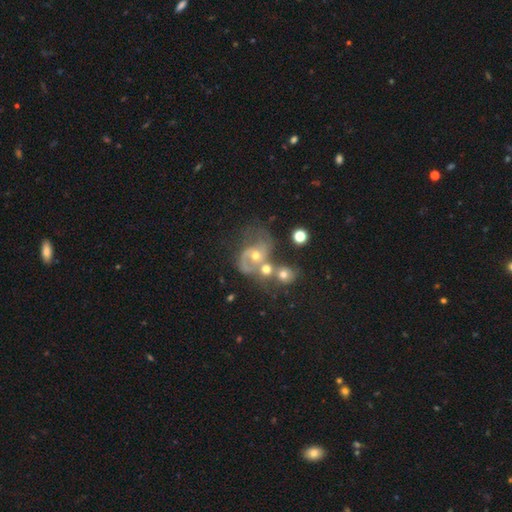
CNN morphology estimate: smooth-or-featured: featured or disk: 72% | smooth: 15% | star or artifact: 13%
  disk-edge-on: no: 97% | yes: 3%
    bar: no: 63% | weak: 28% | strong: 9%
    has-spiral-arms: yes: 84% | no: 16%
      spiral-winding: medium: 46% | loose: 30% | tight: 24%
      spiral-arm-count: 2: 66% | can't tell: 15% | 1: 10% | 3: 5% | 4: 2% | more than 4: 2%
    bulge-size: moderate: 52% | small: 41% | large: 3% | none: 3% | dominant: 1%
  merging: merger: 40% | none: 31% | major disturbance: 15% | minor disturbance: 14%